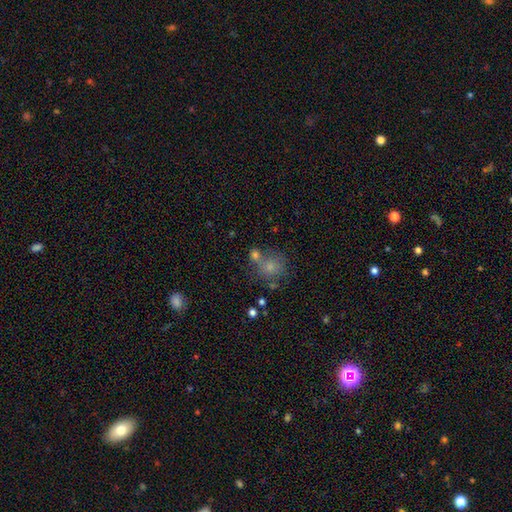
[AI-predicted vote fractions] The model was most divided on "merging": none: 45%, merger: 36%, minor disturbance: 12%, major disturbance: 7%. More confident: how rounded — round (76%); smooth or featured — smooth (67%).